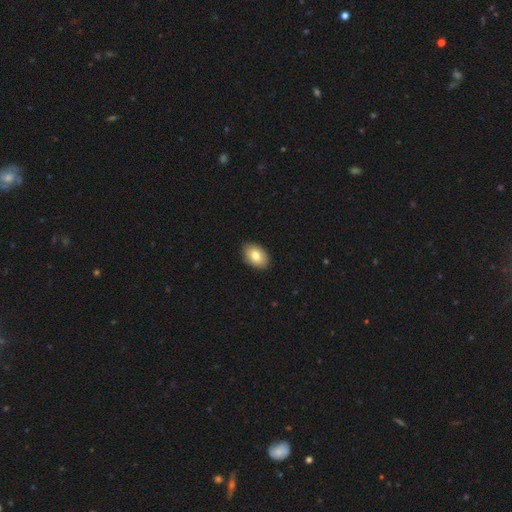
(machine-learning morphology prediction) Overall: smooth (80%). How rounded: in between (86%). Merging: none (90%).